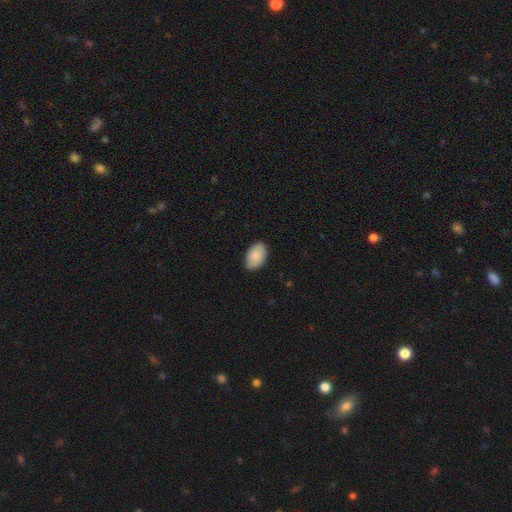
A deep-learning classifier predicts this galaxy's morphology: Smooth or featured: smooth — 87% (featured or disk — 7%)
How rounded: in between — 93% (round — 6%)
Merging: none — 86% (minor disturbance — 11%)